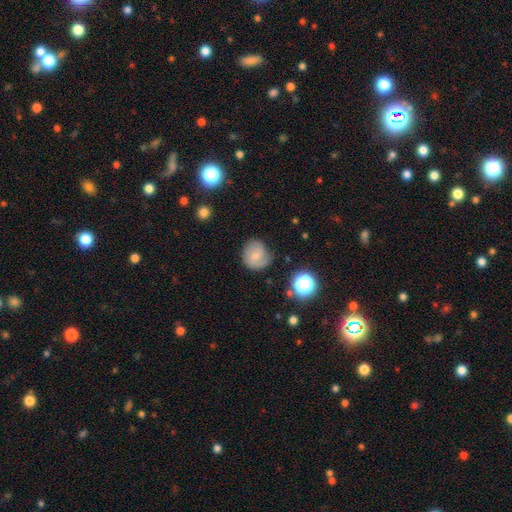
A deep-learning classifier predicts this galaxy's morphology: Overall: featured or disk (47%; smooth 43%). Merging: none (66%).